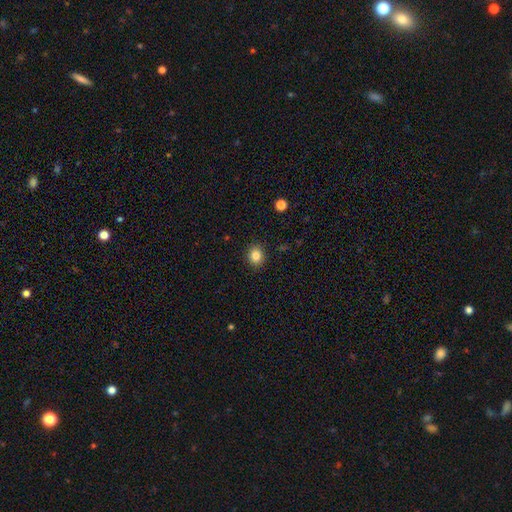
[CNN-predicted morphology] Smooth or featured: smooth — 85% (star or artifact — 10%)
How rounded: round — 70% (in between — 29%)
Merging: none — 90% (minor disturbance — 7%)